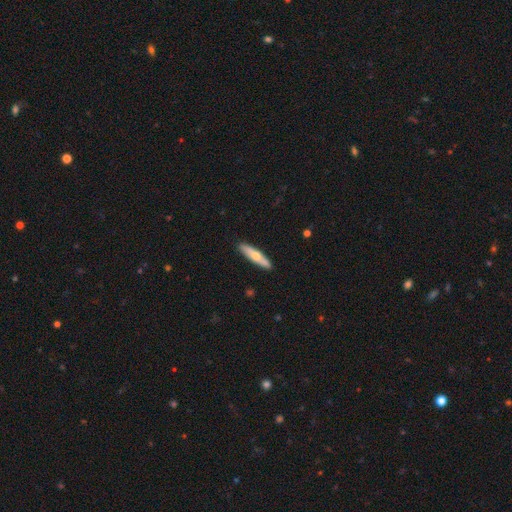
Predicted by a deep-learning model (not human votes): This is possibly a smooth galaxy (53%). How rounded: clearly cigar-shaped (82%). Merging: clearly none (89%).